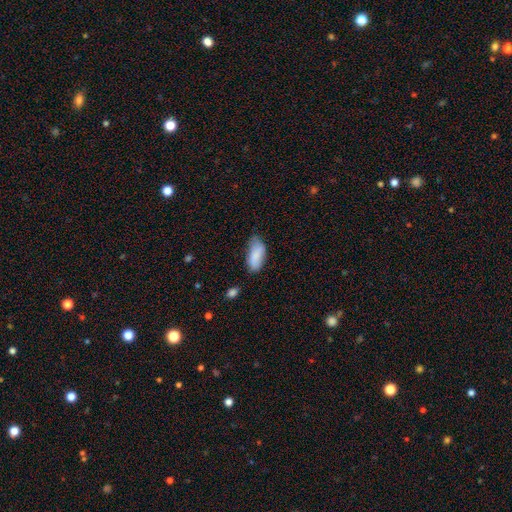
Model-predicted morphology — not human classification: type=smooth (85%); roundness=in between (89%); merging=none (57%).